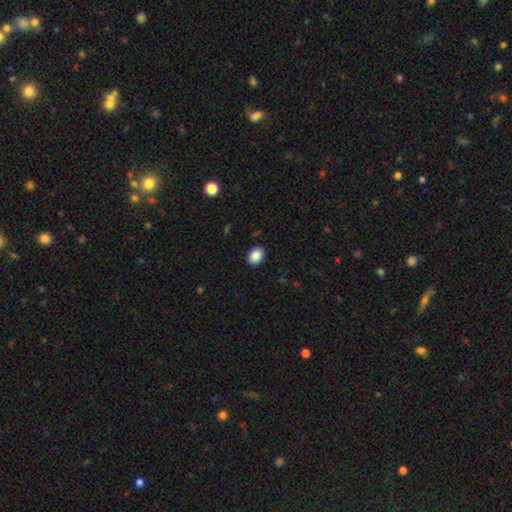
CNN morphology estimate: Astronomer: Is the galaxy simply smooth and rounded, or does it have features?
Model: smooth — 88%.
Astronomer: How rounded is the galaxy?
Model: in between — 69%.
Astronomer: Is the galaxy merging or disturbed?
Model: none — 90%.